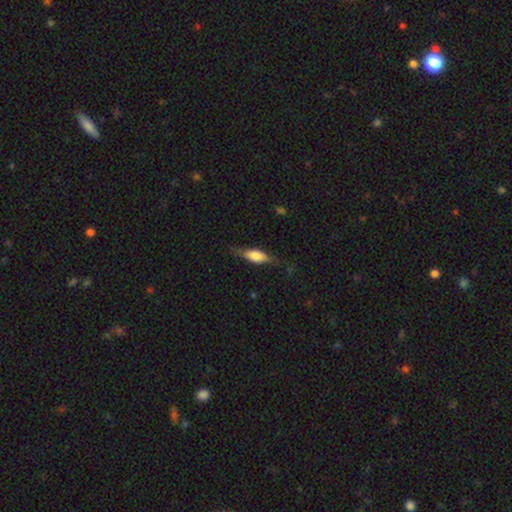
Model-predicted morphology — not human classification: Smooth or featured: smooth — 54% (featured or disk — 39%)
How rounded: in between — 58% (cigar-shaped — 38%)
Merging: none — 72% (minor disturbance — 20%)